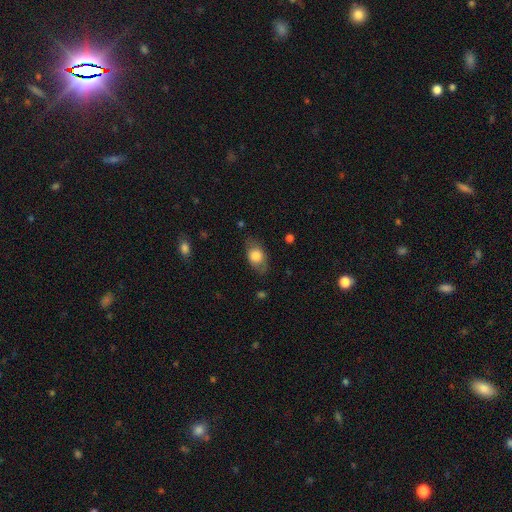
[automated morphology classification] A smooth galaxy with no disk features (75%) that is in between round and cigar-shaped (80%). Merging: none (72%).